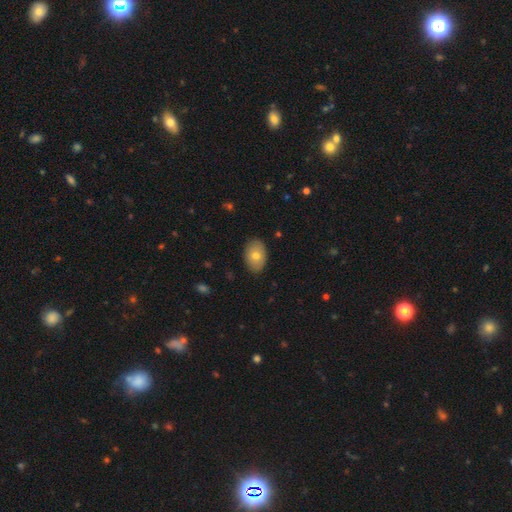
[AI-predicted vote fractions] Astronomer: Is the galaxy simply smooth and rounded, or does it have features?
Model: smooth — 75%.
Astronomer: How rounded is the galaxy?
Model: in between — 84%.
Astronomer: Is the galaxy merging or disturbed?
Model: none — 87%.